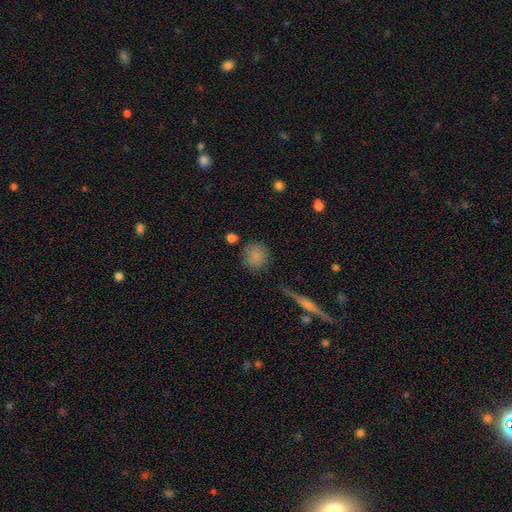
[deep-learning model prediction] Smooth or featured?
  - smooth: 82% *
  - star or artifact: 10%
  - featured or disk: 7%
How rounded?
  - round: 88% *
  - in between: 11%
  - cigar-shaped: 2%
Merging?
  - none: 77% *
  - minor disturbance: 14%
  - major disturbance: 5%
  - merger: 4%